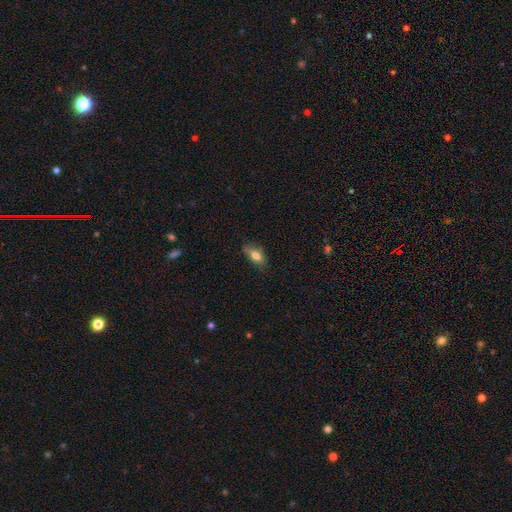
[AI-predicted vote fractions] Smooth or featured: smooth — 75% (featured or disk — 16%)
How rounded: in between — 85% (cigar-shaped — 9%)
Merging: none — 69% (minor disturbance — 24%)